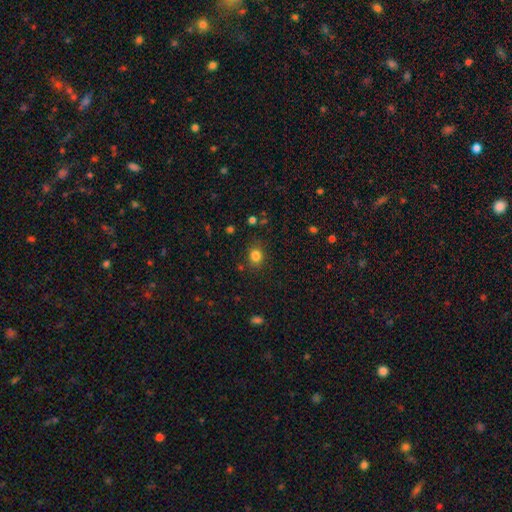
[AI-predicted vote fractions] The model was most divided on "how rounded": round: 65%, in between: 35%, cigar-shaped: 1%. More confident: merging — none (82%); smooth or featured — smooth (82%).